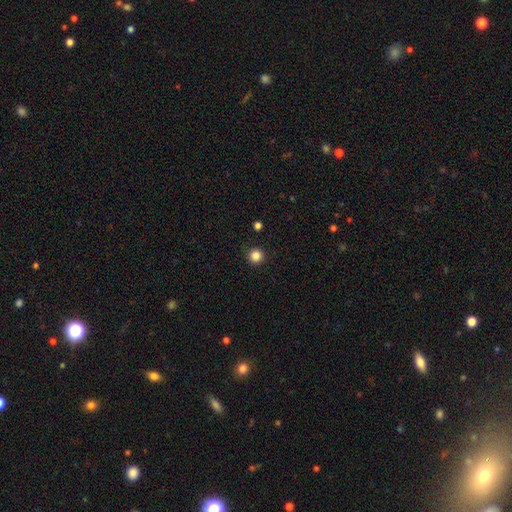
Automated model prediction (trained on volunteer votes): This is clearly a smooth galaxy (84%). How rounded: clearly round (96%). Merging: clearly none (92%).